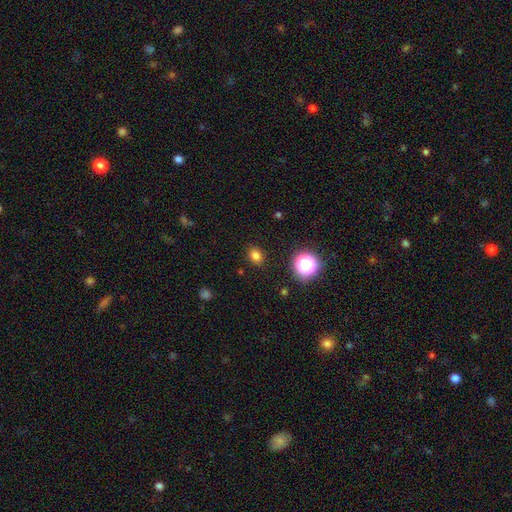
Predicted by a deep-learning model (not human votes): Smooth or featured? Predicted: smooth (p=0.78). How rounded? Predicted: round (p=0.59). Merging? Predicted: none (p=0.88).